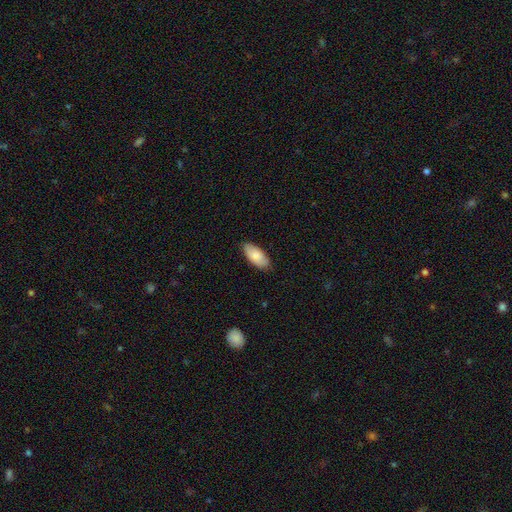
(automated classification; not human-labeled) Q: Smooth or featured?
A: smooth (79%); runner-up: featured or disk (15%)
Q: How rounded?
A: in between (92%); runner-up: cigar-shaped (6%)
Q: Merging?
A: none (83%); runner-up: minor disturbance (14%)